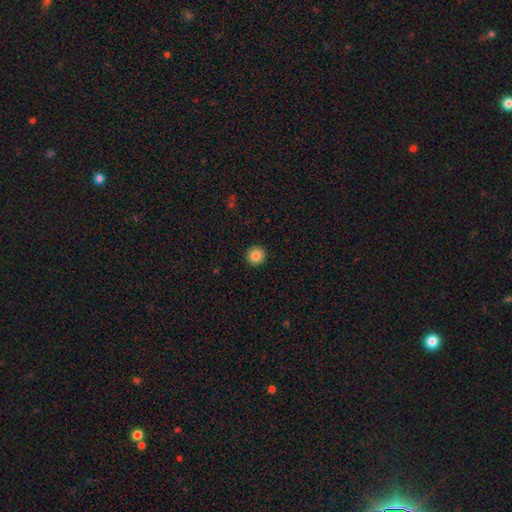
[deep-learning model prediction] Smooth or featured? smooth (84%)
How rounded? round (95%)
Merging? none (93%)